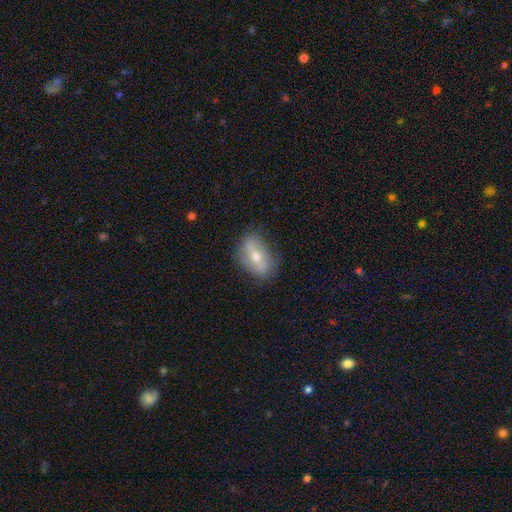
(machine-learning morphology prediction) A featured or disk galaxy (50%). Merging: none (76%).